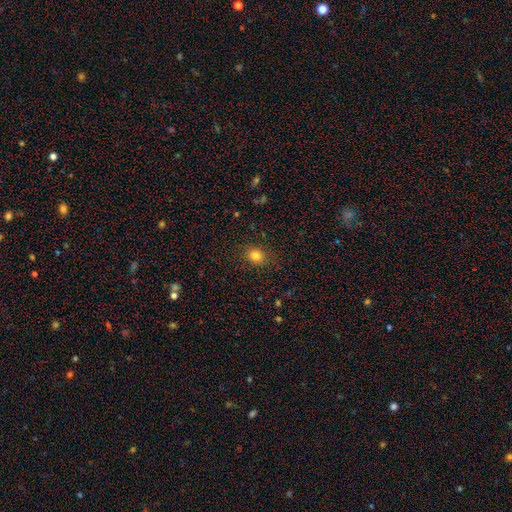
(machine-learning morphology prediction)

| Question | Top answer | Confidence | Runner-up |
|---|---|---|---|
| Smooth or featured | smooth | 81% | star or artifact (13%) |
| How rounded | round | 61% | in between (38%) |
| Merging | none | 86% | minor disturbance (10%) |